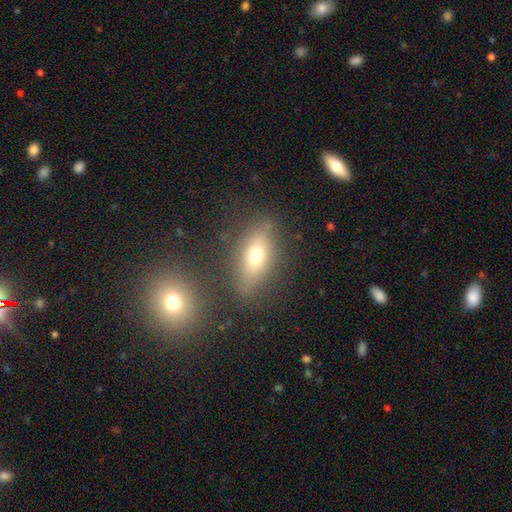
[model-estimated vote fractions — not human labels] Smooth or featured?
  - smooth: 64% *
  - featured or disk: 24%
  - star or artifact: 12%
How rounded?
  - in between: 74% *
  - cigar-shaped: 16%
  - round: 10%
Merging?
  - none: 74% *
  - minor disturbance: 14%
  - merger: 7%
  - major disturbance: 6%